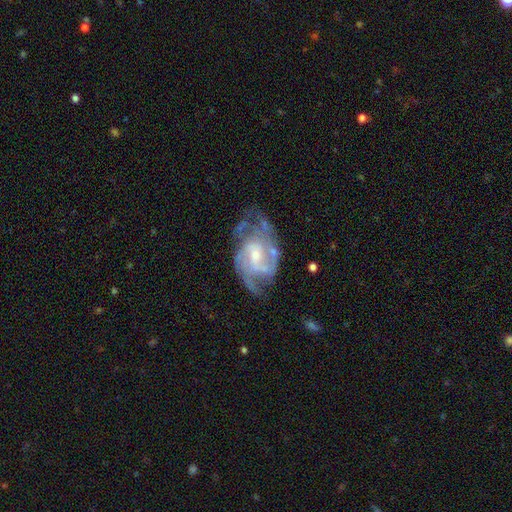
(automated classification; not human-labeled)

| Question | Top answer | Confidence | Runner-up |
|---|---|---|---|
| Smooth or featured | featured or disk | 88% | smooth (7%) |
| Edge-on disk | no | 97% | yes (3%) |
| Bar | weak | 47% | no (42%) |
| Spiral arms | yes | 95% | no (5%) |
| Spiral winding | medium | 46% | tight (41%) |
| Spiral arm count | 2 | 35% | 3 (23%) |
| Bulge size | small | 50% | moderate (43%) |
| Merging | none | 60% | minor disturbance (22%) |